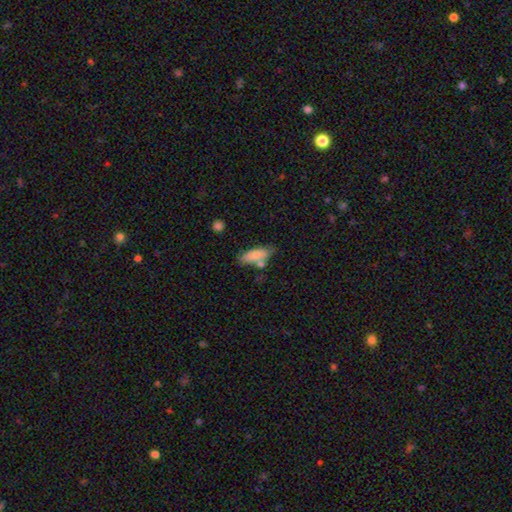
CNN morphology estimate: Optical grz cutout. It shows a smooth galaxy with no disk features (80%) that is in between round and cigar-shaped (70%). Merging: none (58%).